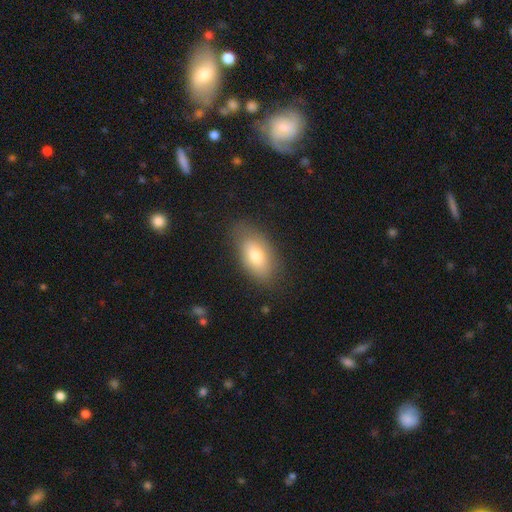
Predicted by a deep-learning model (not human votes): smooth_or_featured: smooth (p=0.74) [alt: featured or disk p=0.18]
how_rounded: in between (p=0.91) [alt: cigar-shaped p=0.05]
merging: none (p=0.79) [alt: minor disturbance p=0.15]